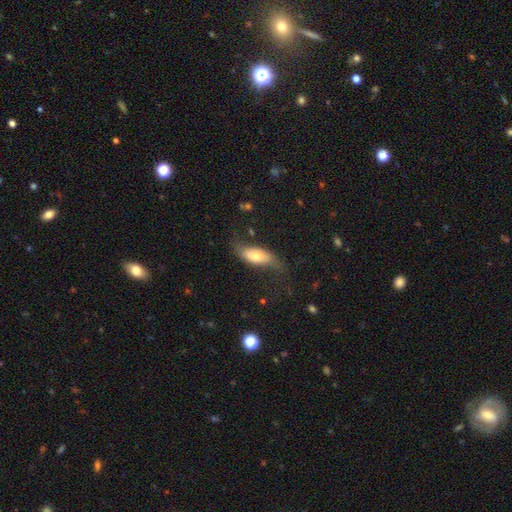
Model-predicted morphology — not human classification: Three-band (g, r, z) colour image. It shows a smooth galaxy with no disk features (54%) that is in between round and cigar-shaped (77%). Merging: none (52%).